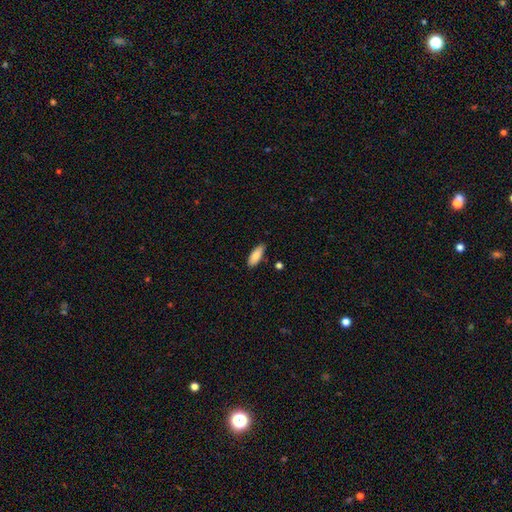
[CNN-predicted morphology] Smooth or featured?
  - smooth: 86% *
  - featured or disk: 8%
  - star or artifact: 6%
How rounded?
  - in between: 75% *
  - cigar-shaped: 23%
  - round: 2%
Merging?
  - none: 83% *
  - minor disturbance: 13%
  - merger: 2%
  - major disturbance: 2%